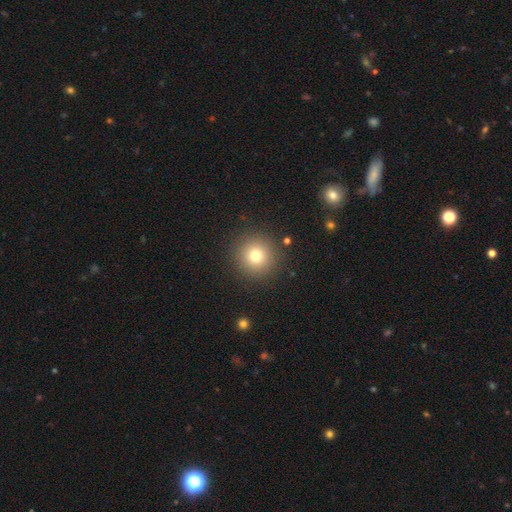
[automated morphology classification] A smooth galaxy with no disk features (78%) that is round (95%).

Vote fractions:
- Smooth or featured? smooth: 78% / star or artifact: 13% / featured or disk: 9%
- How rounded? round: 95% / in between: 4% / cigar-shaped: 1%
- Merging? none: 89% / minor disturbance: 6% / major disturbance: 3% / merger: 2%